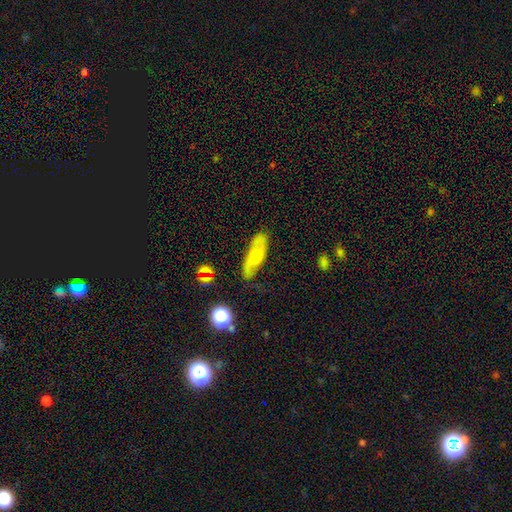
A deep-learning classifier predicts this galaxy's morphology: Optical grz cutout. It shows a featured or disk galaxy (50%). Merging: none (73%).